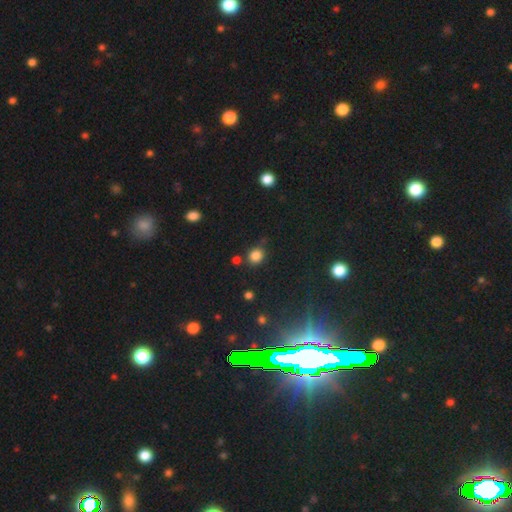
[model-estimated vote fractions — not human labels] This is clearly a smooth galaxy (81%). How rounded: likely round (75%). Merging: likely none (75%).